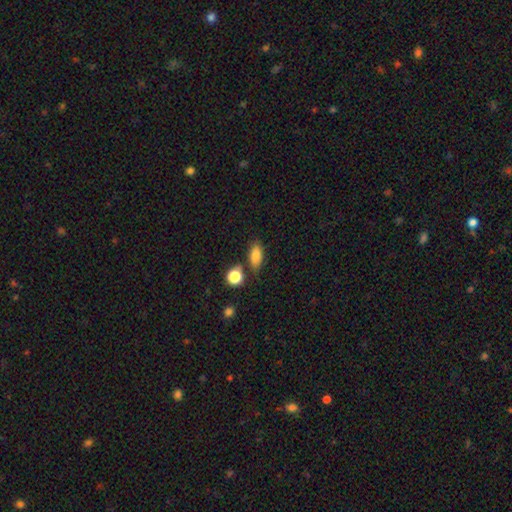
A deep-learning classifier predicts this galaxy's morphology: The model was most divided on "merging": none: 72%, minor disturbance: 15%, merger: 9%, major disturbance: 4%. More confident: smooth or featured — smooth (83%); how rounded — in between (81%).